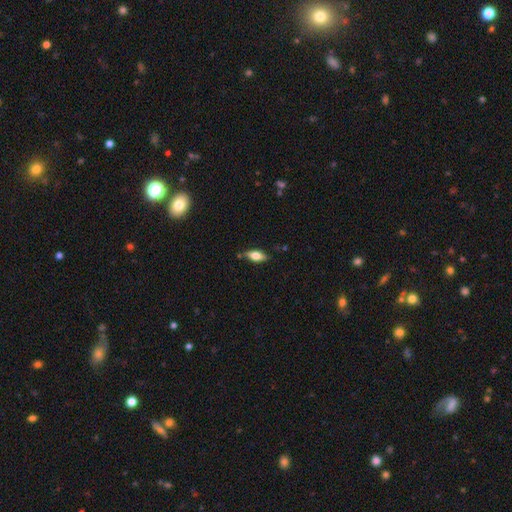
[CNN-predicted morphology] A smooth galaxy with no disk features (58%) that is in between round and cigar-shaped (76%).

Vote fractions:
- Smooth or featured? smooth: 58% / featured or disk: 34% / star or artifact: 8%
- How rounded? in between: 76% / cigar-shaped: 21% / round: 3%
- Merging? none: 79% / minor disturbance: 15% / major disturbance: 3% / merger: 2%